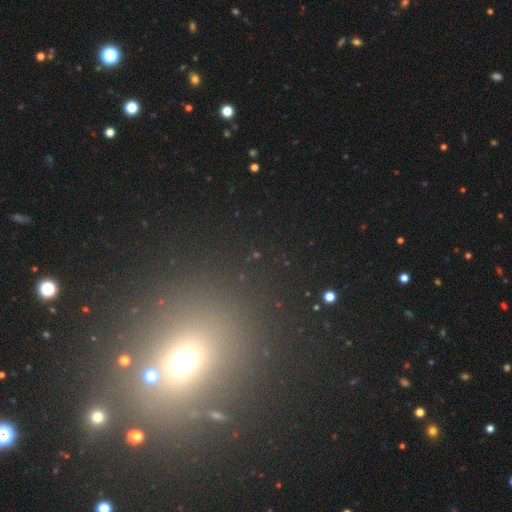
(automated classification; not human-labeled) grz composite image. It shows a star or artifact, not a galaxy (50%).